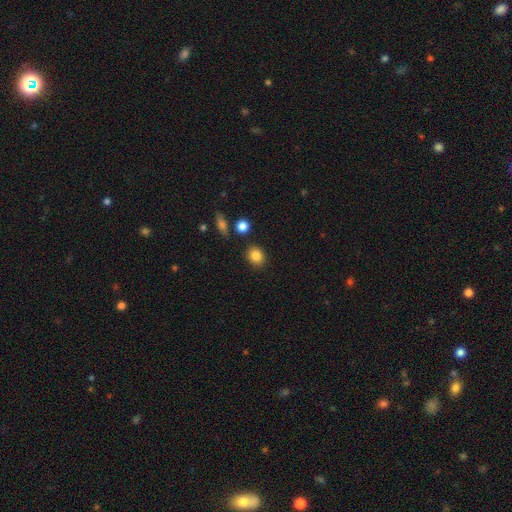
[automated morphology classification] smooth_or_featured: smooth (p=0.85) [alt: star or artifact p=0.09]
how_rounded: round (p=0.65) [alt: in between p=0.34]
merging: none (p=0.85) [alt: minor disturbance p=0.09]